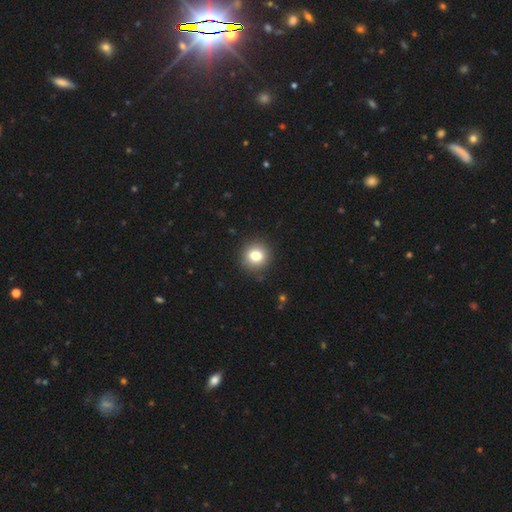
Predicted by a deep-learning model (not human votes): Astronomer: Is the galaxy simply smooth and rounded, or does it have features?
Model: smooth — 79%.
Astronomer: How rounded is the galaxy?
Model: round — 89%.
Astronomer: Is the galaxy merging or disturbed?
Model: none — 90%.